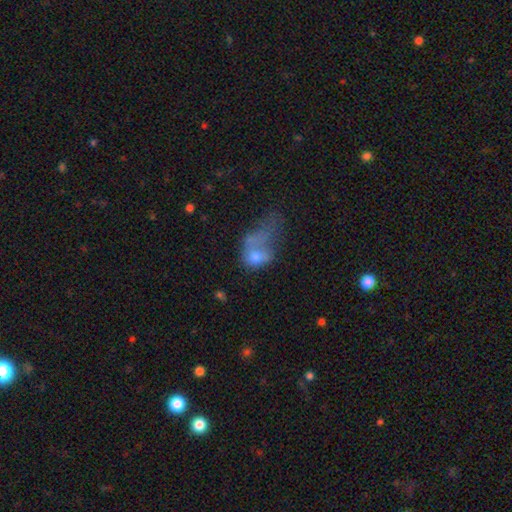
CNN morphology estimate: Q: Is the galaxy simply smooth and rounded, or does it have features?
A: smooth — 59%.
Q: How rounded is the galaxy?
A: in between — 69%.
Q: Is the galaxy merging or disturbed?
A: major disturbance — 52%.